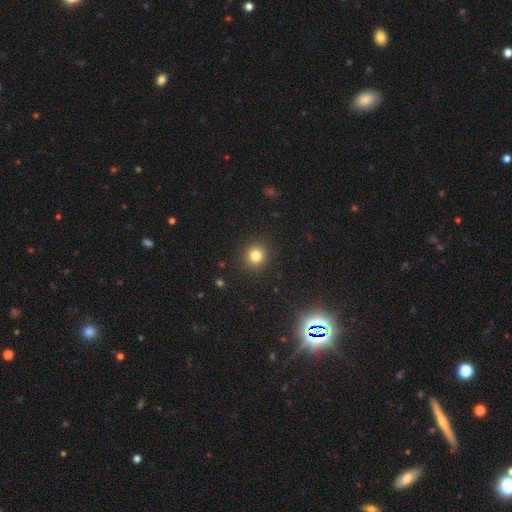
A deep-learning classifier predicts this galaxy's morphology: smooth 81%, star or artifact 13%, featured or disk 6%. Down the decision tree: how rounded — round (90%); merging — none (91%).